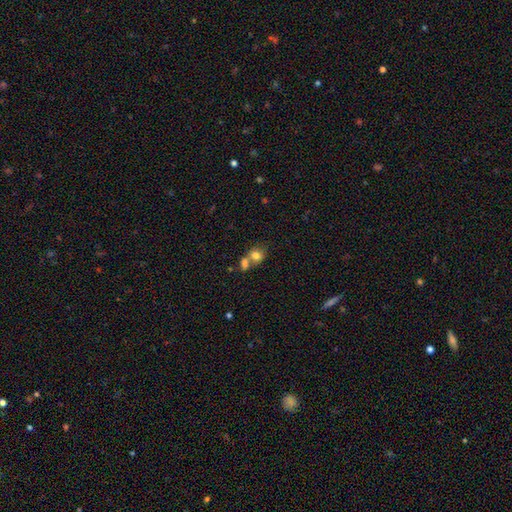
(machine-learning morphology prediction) Q: Smooth or featured?
A: smooth (78%); runner-up: featured or disk (12%)
Q: How rounded?
A: round (58%); runner-up: in between (41%)
Q: Merging?
A: merger (56%); runner-up: none (32%)